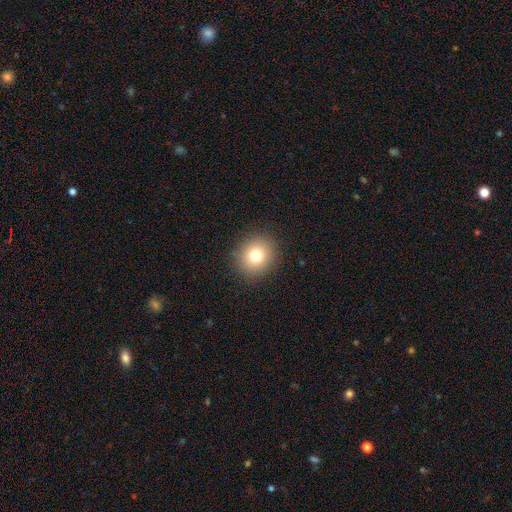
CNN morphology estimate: smooth 77%, star or artifact 13%, featured or disk 10%. Down the decision tree: how rounded — round (84%); merging — none (90%).